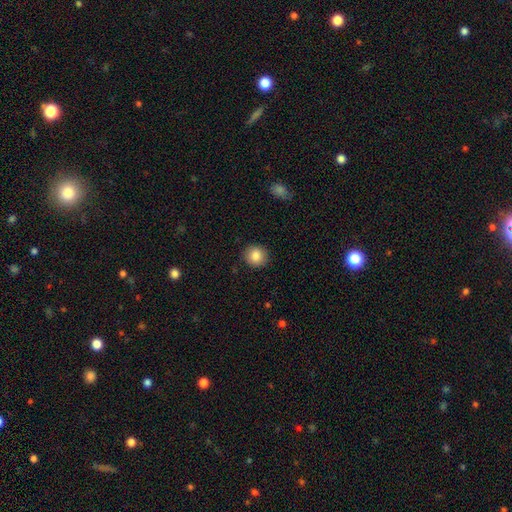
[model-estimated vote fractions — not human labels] Smooth or featured?
  - smooth: 85% *
  - star or artifact: 9%
  - featured or disk: 6%
How rounded?
  - round: 90% *
  - in between: 9%
  - cigar-shaped: 1%
Merging?
  - none: 90% *
  - minor disturbance: 7%
  - major disturbance: 2%
  - merger: 1%